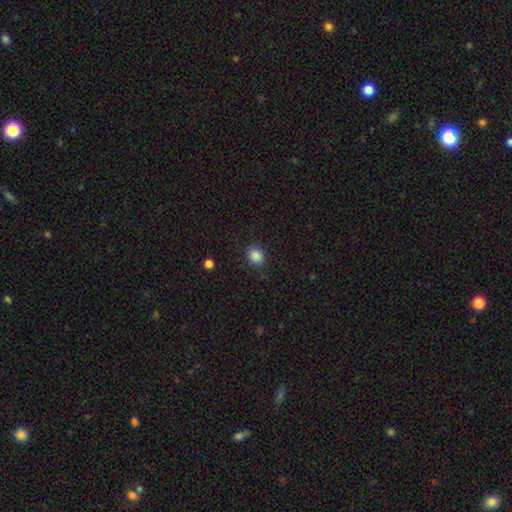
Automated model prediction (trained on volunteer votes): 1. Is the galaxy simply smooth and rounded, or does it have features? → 86% smooth, 10% star or artifact, 3% featured or disk.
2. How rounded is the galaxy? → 67% round, 32% in between, 1% cigar-shaped.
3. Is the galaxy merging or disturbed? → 85% none, 10% minor disturbance, 3% major disturbance, 1% merger.